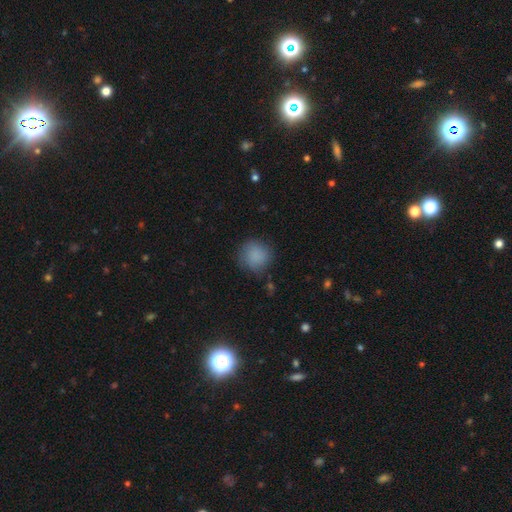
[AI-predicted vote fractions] The model was most divided on "merging": none: 78%, minor disturbance: 15%, major disturbance: 5%, merger: 2%. More confident: how rounded — round (91%); smooth or featured — smooth (86%).